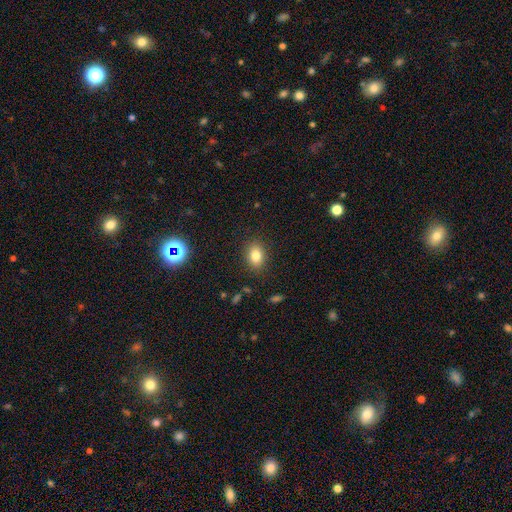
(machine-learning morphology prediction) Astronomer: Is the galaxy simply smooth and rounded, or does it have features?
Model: smooth — 81%.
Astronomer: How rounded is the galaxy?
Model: in between — 72%.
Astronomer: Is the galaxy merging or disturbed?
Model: none — 87%.